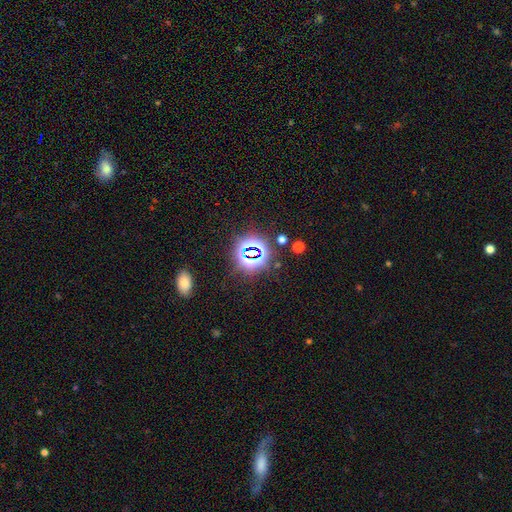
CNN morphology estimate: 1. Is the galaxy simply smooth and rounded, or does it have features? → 74% star or artifact, 17% smooth, 9% featured or disk.